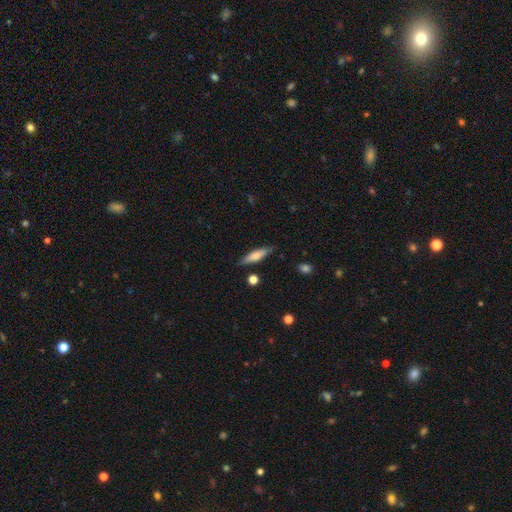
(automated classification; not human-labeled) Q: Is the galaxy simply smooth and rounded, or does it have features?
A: smooth — 65%.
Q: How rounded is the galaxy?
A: cigar-shaped — 78%.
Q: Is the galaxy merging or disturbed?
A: none — 84%.